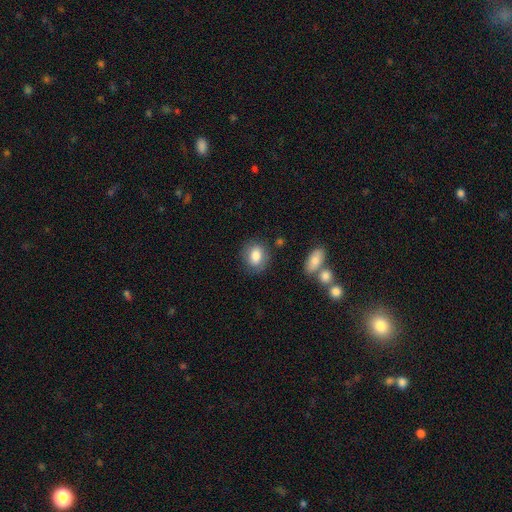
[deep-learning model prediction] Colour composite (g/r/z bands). It shows a smooth galaxy with no disk features (82%) that is in between round and cigar-shaped (60%). Merging: none (80%).